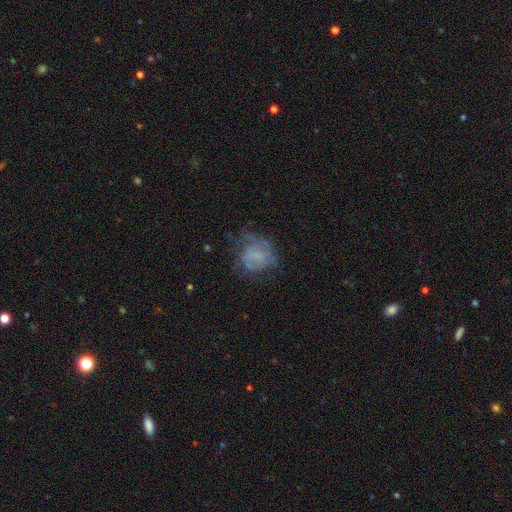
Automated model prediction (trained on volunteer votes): smooth-or-featured: smooth: 45% | featured or disk: 41% | star or artifact: 14%
  merging: none: 44% | major disturbance: 28% | minor disturbance: 26% | merger: 2%